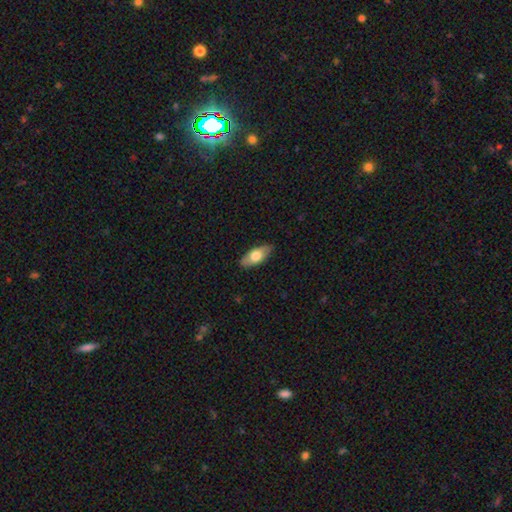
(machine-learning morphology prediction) A smooth galaxy with no disk features (67%) that is in between round and cigar-shaped (83%).

Vote fractions:
- Smooth or featured? smooth: 67% / featured or disk: 27% / star or artifact: 6%
- How rounded? in between: 83% / cigar-shaped: 14% / round: 3%
- Merging? none: 86% / minor disturbance: 11% / major disturbance: 2% / merger: 1%